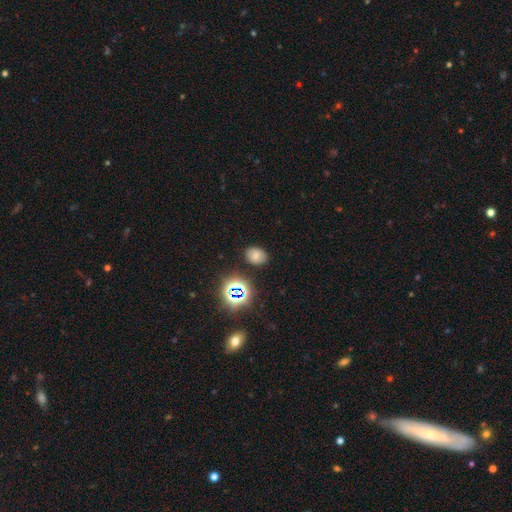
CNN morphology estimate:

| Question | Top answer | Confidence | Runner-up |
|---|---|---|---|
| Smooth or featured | smooth | 68% | star or artifact (21%) |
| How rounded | in between | 64% | round (35%) |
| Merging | none | 84% | minor disturbance (11%) |